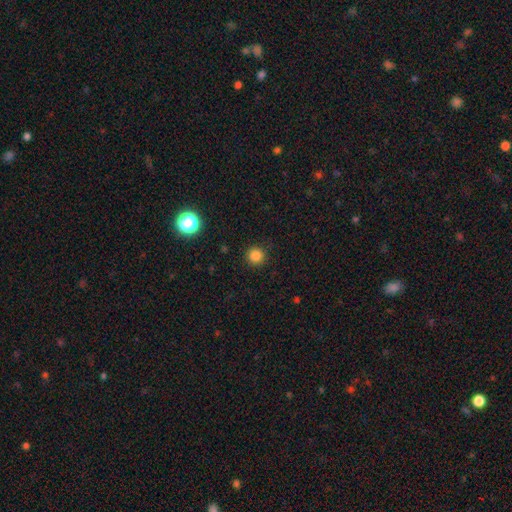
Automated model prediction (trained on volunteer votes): Smooth or featured: smooth — 83% (star or artifact — 13%)
How rounded: round — 95% (in between — 4%)
Merging: none — 91% (minor disturbance — 6%)